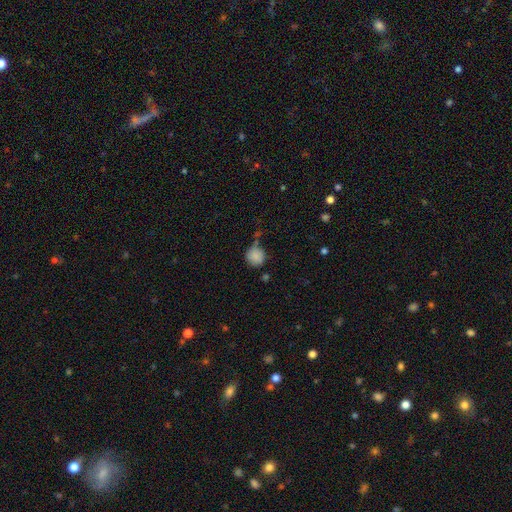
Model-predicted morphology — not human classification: This appears to be a smooth galaxy with no disk features (85%) that is round (89%). Merging: none (64%).